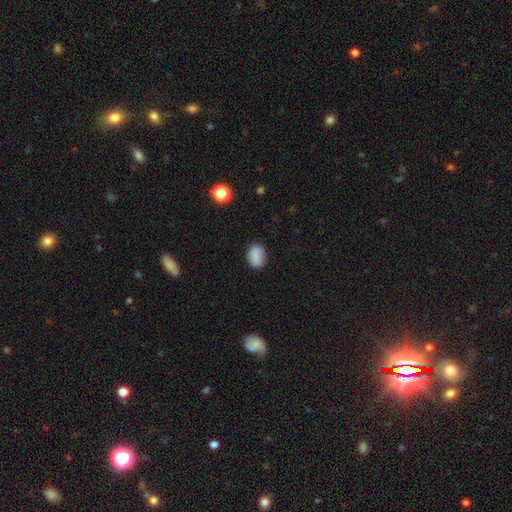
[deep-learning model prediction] Morphology: type=smooth (87%); roundness=in between (74%); merging=none (84%).